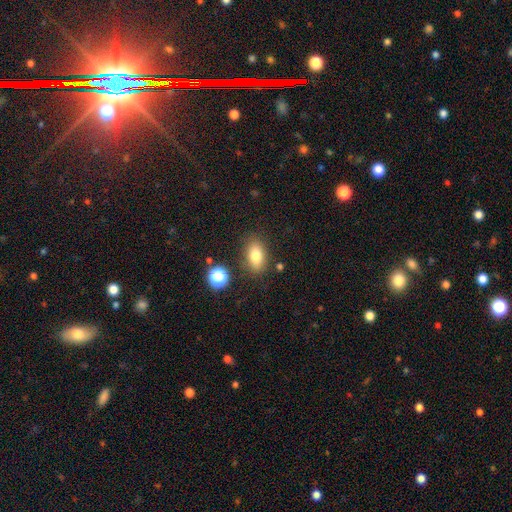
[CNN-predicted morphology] Smooth or featured: smooth — 79% (featured or disk — 11%)
How rounded: in between — 84% (round — 13%)
Merging: none — 82% (minor disturbance — 11%)